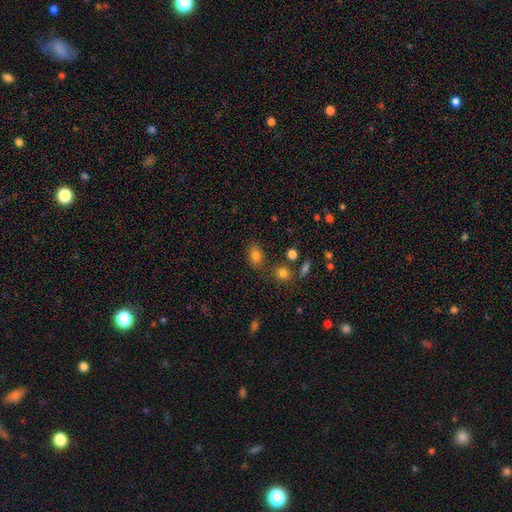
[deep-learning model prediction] Overall: smooth (80%). How rounded: in between (75%). Merging: none (75%).